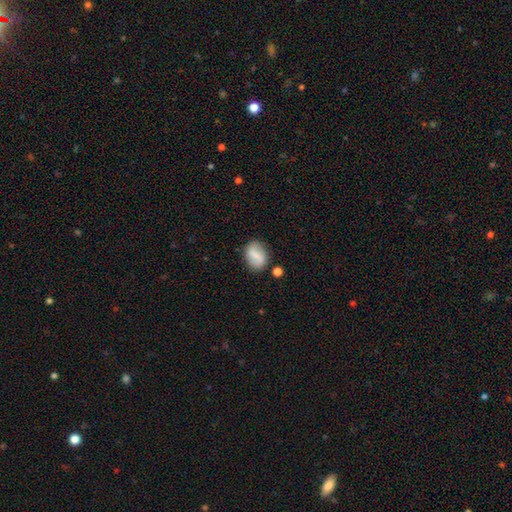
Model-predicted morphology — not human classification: A smooth galaxy with no disk features (59%) that is in between round and cigar-shaped (73%).

Vote fractions:
- Smooth or featured? smooth: 59% / featured or disk: 33% / star or artifact: 8%
- How rounded? in between: 73% / round: 25% / cigar-shaped: 2%
- Merging? none: 77% / minor disturbance: 15% / merger: 5% / major disturbance: 4%